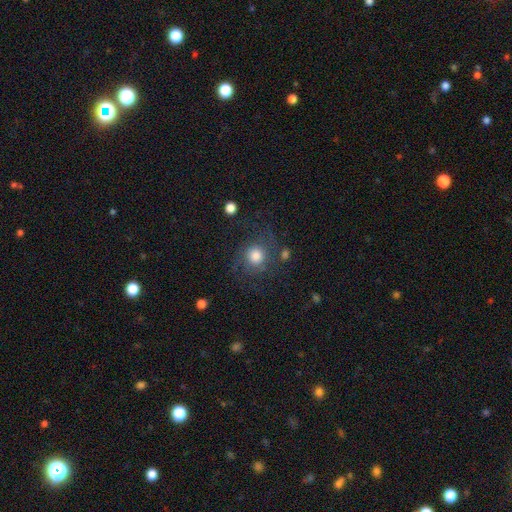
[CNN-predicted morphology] smooth_or_featured: smooth (p=0.67) [alt: featured or disk p=0.22]
how_rounded: round (p=0.88) [alt: in between p=0.11]
merging: none (p=0.67) [alt: minor disturbance p=0.16]